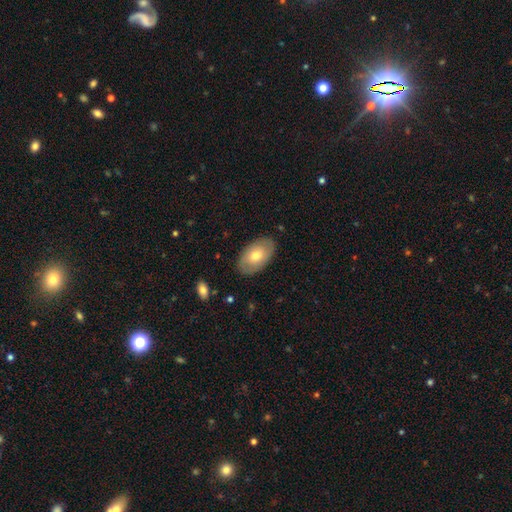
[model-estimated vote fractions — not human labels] smooth_or_featured: smooth (p=0.66) [alt: featured or disk p=0.28]
how_rounded: in between (p=0.93) [alt: round p=0.06]
merging: none (p=0.85) [alt: minor disturbance p=0.11]